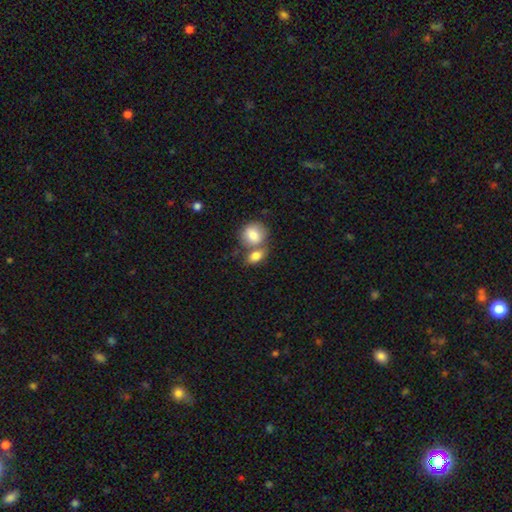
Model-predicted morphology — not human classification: Smooth or featured: smooth — 82% (featured or disk — 11%)
How rounded: in between — 69% (round — 27%)
Merging: merger — 52% (none — 35%)